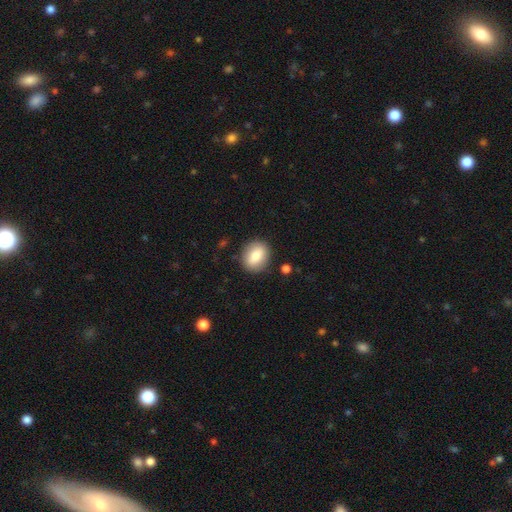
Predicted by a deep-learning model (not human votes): smooth_or_featured: smooth (p=0.78) [alt: featured or disk p=0.14]
how_rounded: in between (p=0.52) [alt: round p=0.46]
merging: none (p=0.86) [alt: minor disturbance p=0.09]